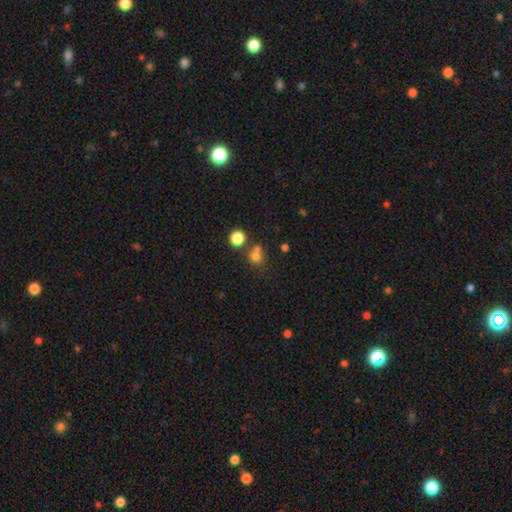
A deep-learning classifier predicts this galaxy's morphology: The model was most divided on "merging": none: 51%, merger: 36%, minor disturbance: 8%, major disturbance: 4%. More confident: how rounded — round (82%); smooth or featured — smooth (73%).